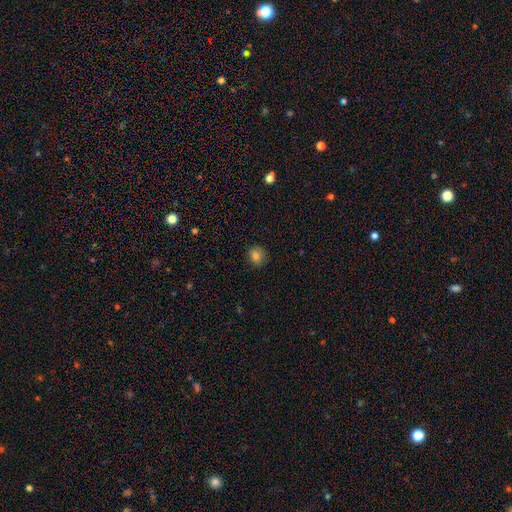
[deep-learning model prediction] Smooth or featured?
  - smooth: 80% *
  - star or artifact: 12%
  - featured or disk: 8%
How rounded?
  - round: 82% *
  - in between: 17%
  - cigar-shaped: 1%
Merging?
  - none: 88% *
  - minor disturbance: 9%
  - major disturbance: 2%
  - merger: 1%